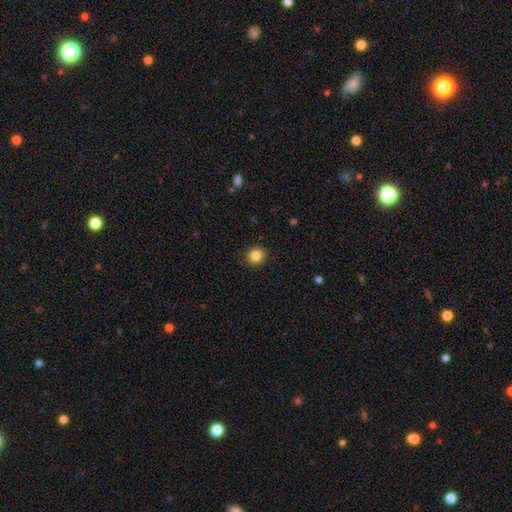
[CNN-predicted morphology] smooth-or-featured: smooth: 85% | star or artifact: 10% | featured or disk: 5%
  how-rounded: round: 88% | in between: 11% | cigar-shaped: 1%
  merging: none: 91% | minor disturbance: 6% | major disturbance: 2% | merger: 1%